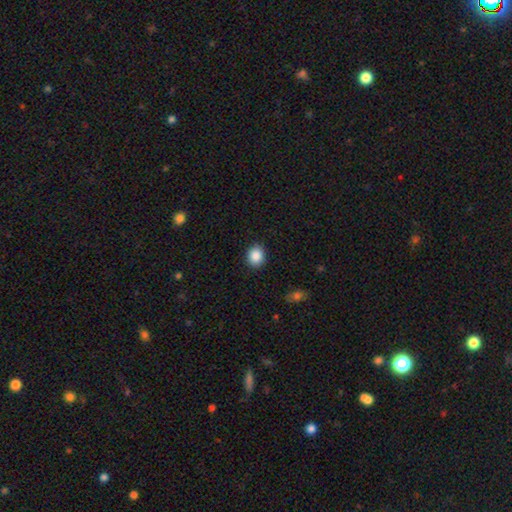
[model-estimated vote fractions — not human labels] smooth_or_featured: smooth (p=0.88) [alt: star or artifact p=0.09]
how_rounded: round (p=0.67) [alt: in between p=0.32]
merging: none (p=0.89) [alt: minor disturbance p=0.08]